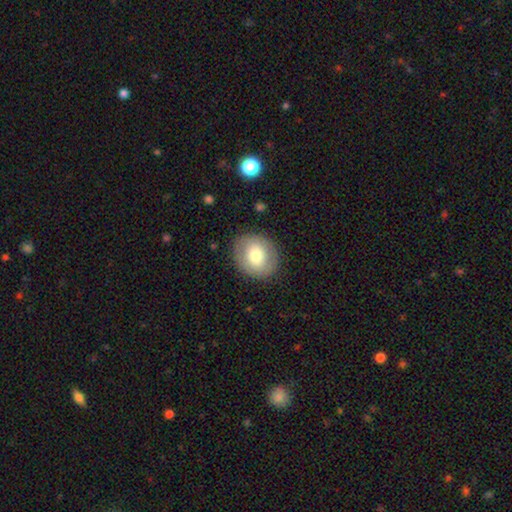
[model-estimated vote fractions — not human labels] smooth-or-featured: smooth: 72% | featured or disk: 21% | star or artifact: 7%
  how-rounded: round: 73% | in between: 26% | cigar-shaped: 1%
  merging: none: 87% | minor disturbance: 9% | major disturbance: 3% | merger: 1%